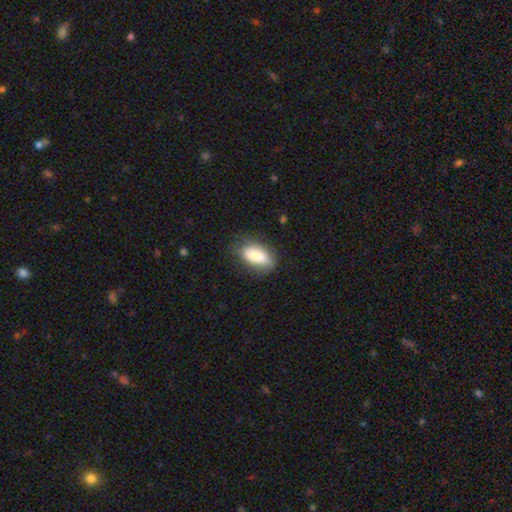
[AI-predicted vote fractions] Smooth or featured: smooth — 82% (featured or disk — 11%)
How rounded: in between — 87% (cigar-shaped — 9%)
Merging: none — 72% (minor disturbance — 20%)